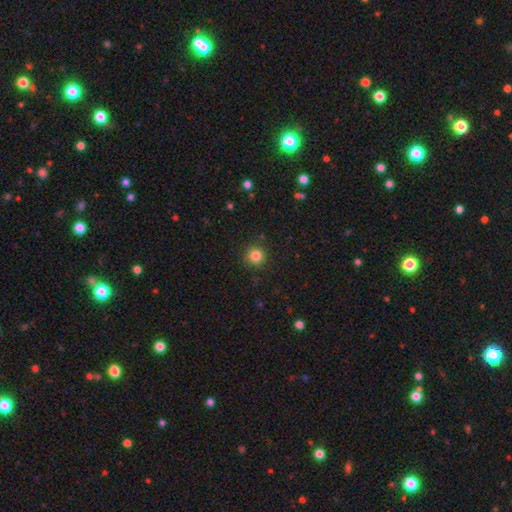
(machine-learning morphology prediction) smooth-or-featured: smooth: 83% | star or artifact: 12% | featured or disk: 5%
  how-rounded: round: 94% | in between: 5% | cigar-shaped: 1%
  merging: none: 88% | minor disturbance: 8% | major disturbance: 2% | merger: 1%